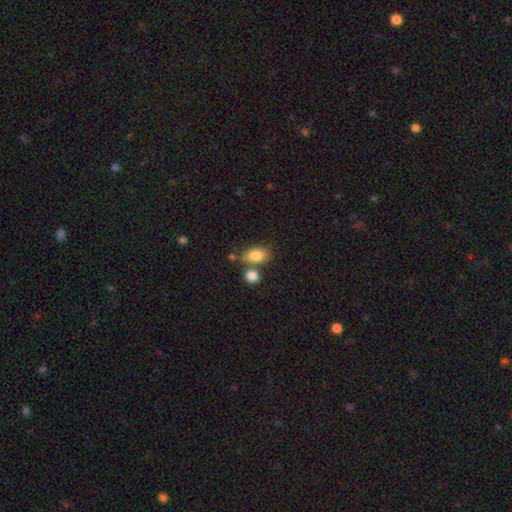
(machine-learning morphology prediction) Smooth or featured: smooth — 83% (featured or disk — 9%)
How rounded: in between — 84% (round — 14%)
Merging: none — 59% (merger — 24%)